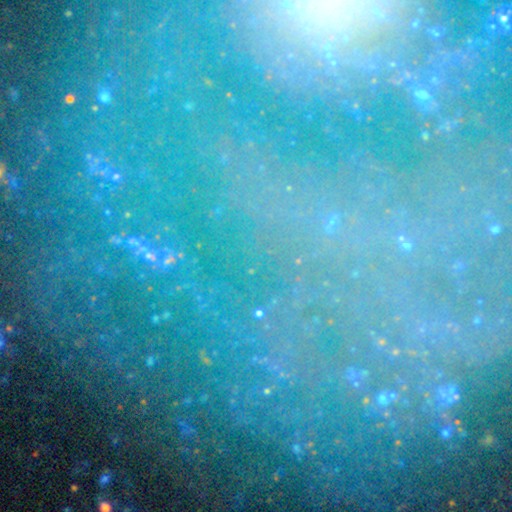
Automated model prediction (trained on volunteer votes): This is likely a star or artifact rather than a galaxy (78%).